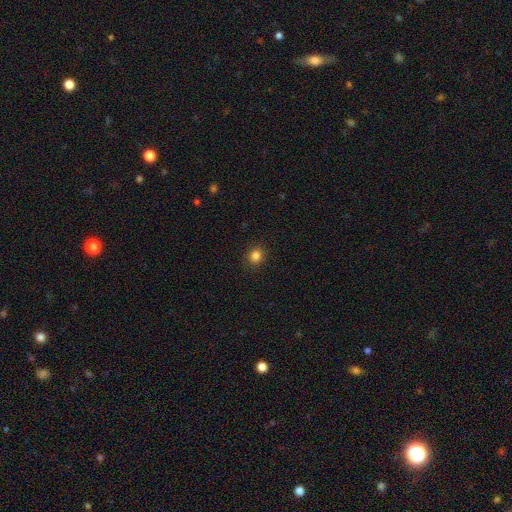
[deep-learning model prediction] This is clearly a smooth galaxy (84%). How rounded: clearly round (86%). Merging: clearly none (91%).